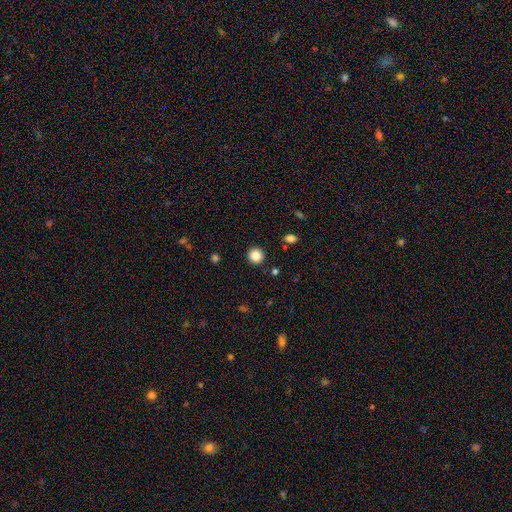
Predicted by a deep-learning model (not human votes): Morphology: type=smooth (85%); roundness=round (95%); merging=none (92%).